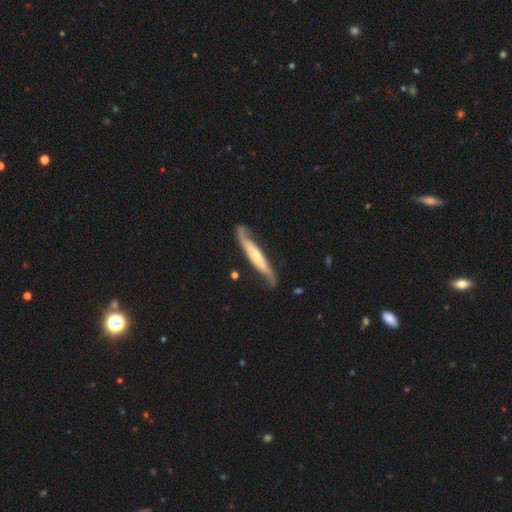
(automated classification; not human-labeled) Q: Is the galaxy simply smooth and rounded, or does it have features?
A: featured or disk — 67%.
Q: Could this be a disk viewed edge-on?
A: yes — 69%.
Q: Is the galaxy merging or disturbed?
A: none — 72%.